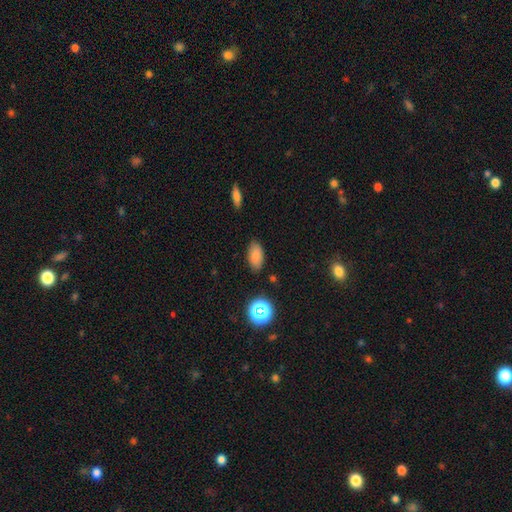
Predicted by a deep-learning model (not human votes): smooth-or-featured: smooth: 81% | star or artifact: 11% | featured or disk: 7%
  how-rounded: in between: 92% | round: 5% | cigar-shaped: 4%
  merging: none: 83% | minor disturbance: 12% | major disturbance: 3% | merger: 2%